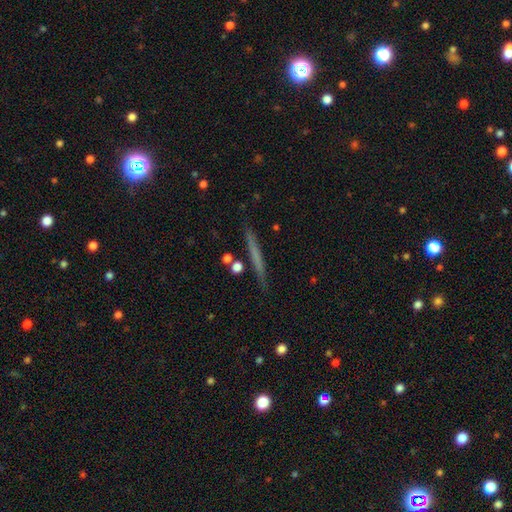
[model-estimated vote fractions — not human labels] Morphology: type=smooth (50%); roundness=cigar-shaped (94%); merging=none (87%).